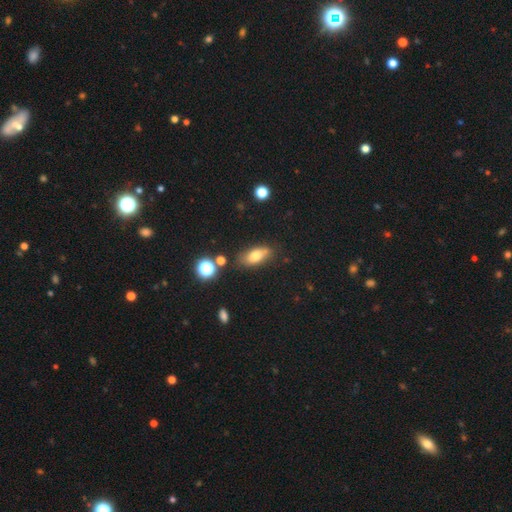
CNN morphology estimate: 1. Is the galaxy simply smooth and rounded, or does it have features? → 70% smooth, 19% featured or disk, 10% star or artifact.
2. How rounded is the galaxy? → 78% in between, 15% cigar-shaped, 7% round.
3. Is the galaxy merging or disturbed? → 74% none, 17% minor disturbance, 5% merger, 4% major disturbance.